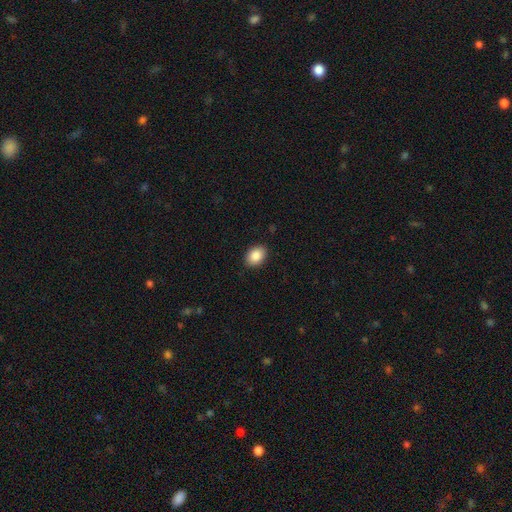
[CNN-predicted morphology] smooth_or_featured: smooth (p=0.88) [alt: star or artifact p=0.08]
how_rounded: in between (p=0.72) [alt: round p=0.27]
merging: none (p=0.89) [alt: minor disturbance p=0.08]